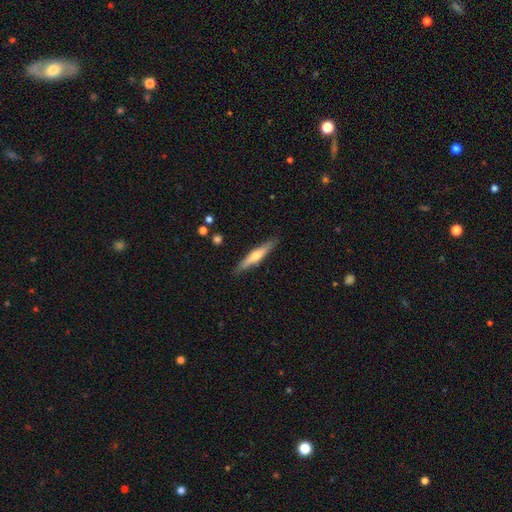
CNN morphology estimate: Smooth or featured?
  - featured or disk: 56% *
  - smooth: 38%
  - star or artifact: 6%
Edge-on disk?
  - yes: 95% *
  - no: 5%
Edge-on bulge?
  - rounded: 86% *
  - none: 9%
  - boxy: 5%
Merging?
  - none: 87% *
  - minor disturbance: 9%
  - major disturbance: 2%
  - merger: 1%